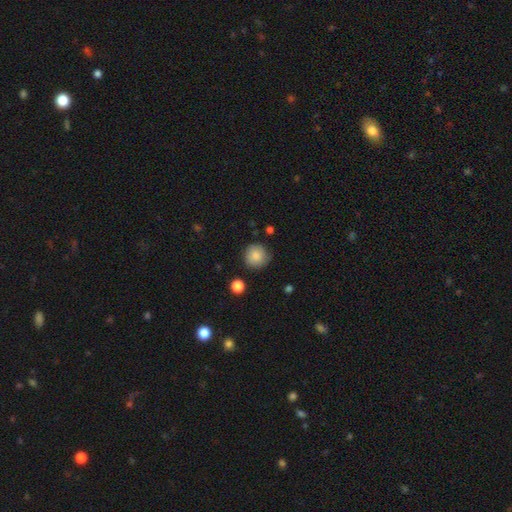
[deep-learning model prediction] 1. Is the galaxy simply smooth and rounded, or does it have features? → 86% smooth, 8% star or artifact, 6% featured or disk.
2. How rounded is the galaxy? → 94% round, 5% in between, 1% cigar-shaped.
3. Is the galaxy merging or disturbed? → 84% none, 11% minor disturbance, 3% major disturbance, 2% merger.